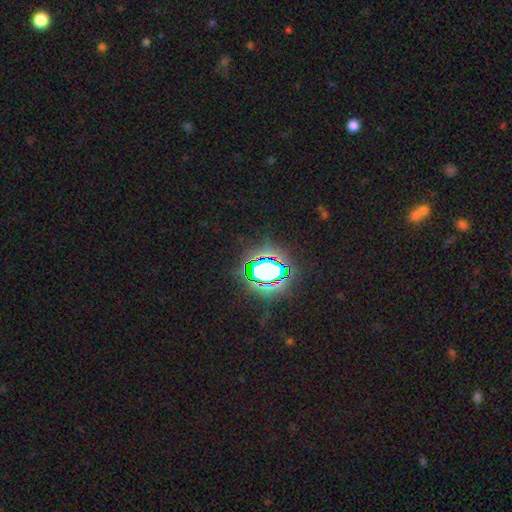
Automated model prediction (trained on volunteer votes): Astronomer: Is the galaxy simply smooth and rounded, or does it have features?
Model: star or artifact — 71%.